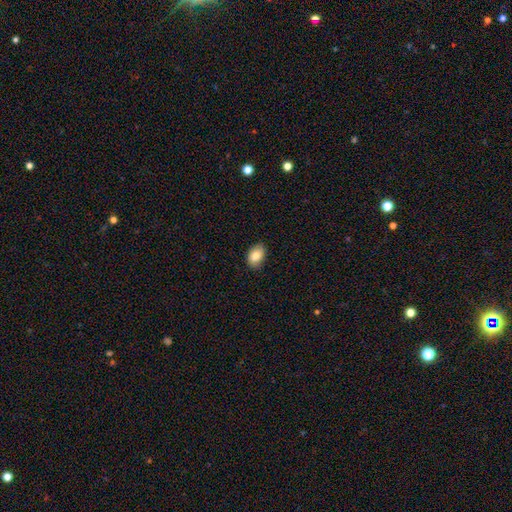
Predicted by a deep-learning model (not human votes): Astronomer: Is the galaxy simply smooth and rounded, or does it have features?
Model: smooth — 84%.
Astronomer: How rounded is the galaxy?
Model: in between — 86%.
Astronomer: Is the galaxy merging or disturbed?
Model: none — 84%.